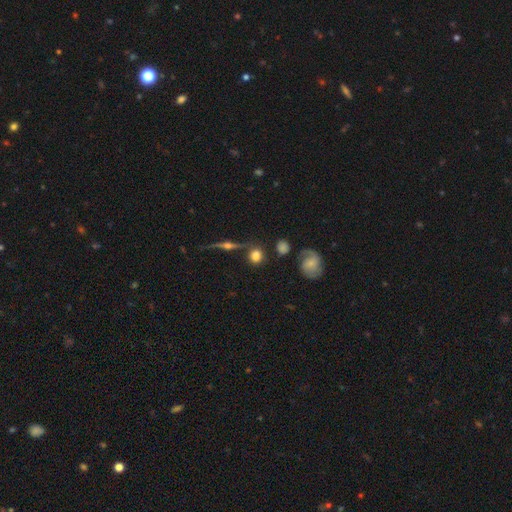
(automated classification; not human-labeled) Smooth or featured?
  - smooth: 65% *
  - featured or disk: 23%
  - star or artifact: 12%
How rounded?
  - round: 85% *
  - in between: 13%
  - cigar-shaped: 3%
Merging?
  - none: 77% *
  - minor disturbance: 11%
  - merger: 8%
  - major disturbance: 4%